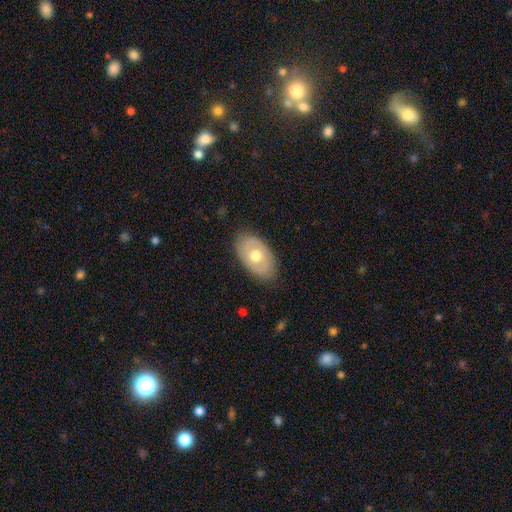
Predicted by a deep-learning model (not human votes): A smooth galaxy with no disk features (52%) that is in between round and cigar-shaped (90%).

Vote fractions:
- Smooth or featured? smooth: 52% / featured or disk: 43% / star or artifact: 6%
- How rounded? in between: 90% / round: 9% / cigar-shaped: 1%
- Merging? none: 81% / minor disturbance: 15% / major disturbance: 3% / merger: 1%